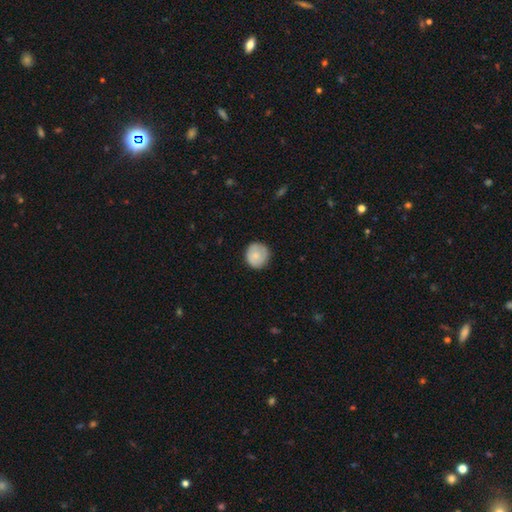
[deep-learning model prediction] Q: Smooth or featured?
A: smooth (75%); runner-up: featured or disk (19%)
Q: How rounded?
A: round (90%); runner-up: in between (9%)
Q: Merging?
A: none (83%); runner-up: minor disturbance (14%)